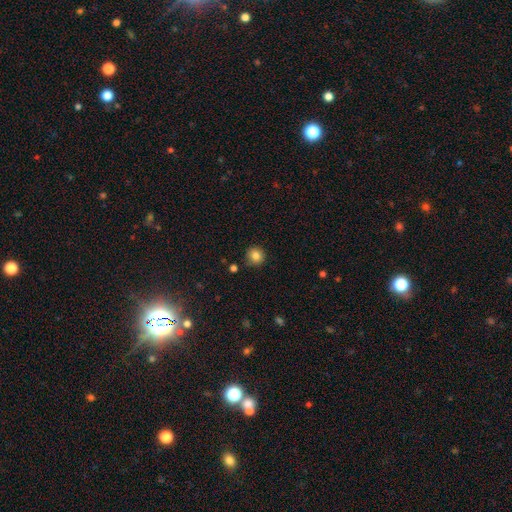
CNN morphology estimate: Smooth or featured?
  - smooth: 83% *
  - star or artifact: 11%
  - featured or disk: 6%
How rounded?
  - round: 93% *
  - in between: 6%
  - cigar-shaped: 1%
Merging?
  - none: 85% *
  - minor disturbance: 10%
  - major disturbance: 2%
  - merger: 2%